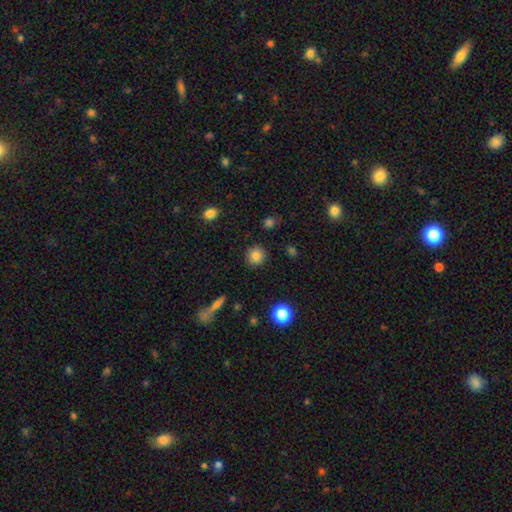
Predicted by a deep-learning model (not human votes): Smooth or featured? smooth (84%)
How rounded? round (92%)
Merging? none (90%)